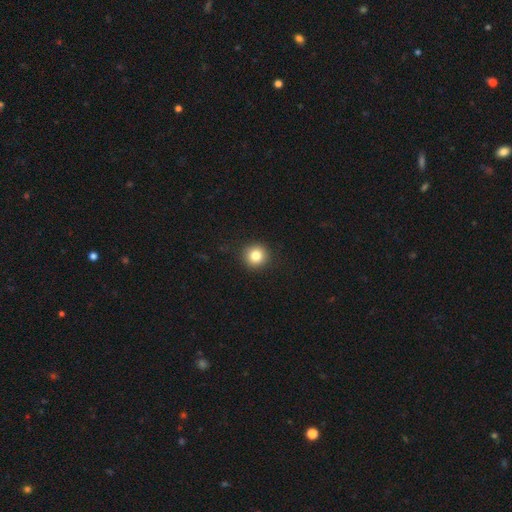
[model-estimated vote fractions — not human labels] Overall: smooth (83%). How rounded: round (94%). Merging: none (92%).